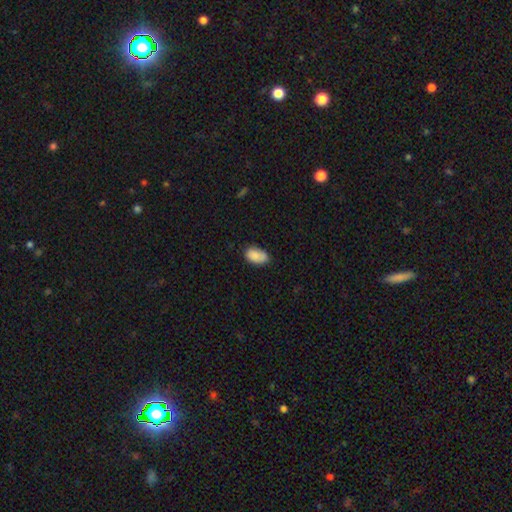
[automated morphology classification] Smooth or featured?
  - smooth: 85% *
  - star or artifact: 7%
  - featured or disk: 7%
How rounded?
  - in between: 92% *
  - round: 6%
  - cigar-shaped: 2%
Merging?
  - none: 67% *
  - minor disturbance: 25%
  - major disturbance: 4%
  - merger: 3%